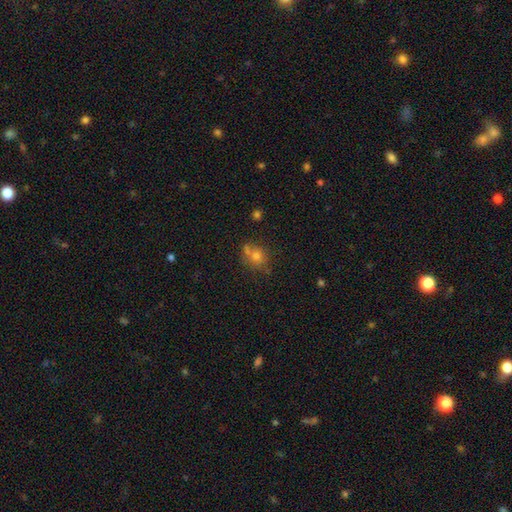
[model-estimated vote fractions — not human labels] smooth_or_featured: smooth (p=0.68) [alt: star or artifact p=0.20]
how_rounded: round (p=0.75) [alt: in between p=0.24]
merging: none (p=0.62) [alt: merger p=0.19]